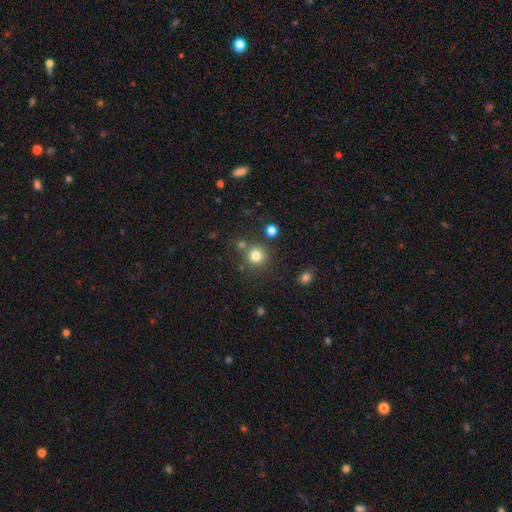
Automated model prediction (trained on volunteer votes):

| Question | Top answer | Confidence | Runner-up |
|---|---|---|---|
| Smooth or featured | smooth | 80% | star or artifact (14%) |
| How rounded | round | 93% | in between (6%) |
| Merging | none | 75% | merger (13%) |